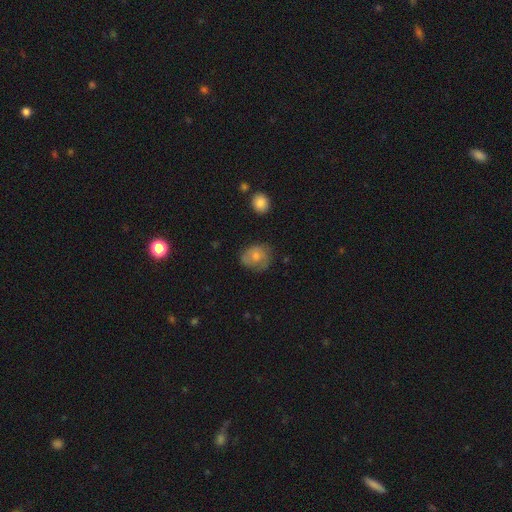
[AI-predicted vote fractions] Morphology: type=smooth (68%); roundness=round (60%); merging=none (60%).